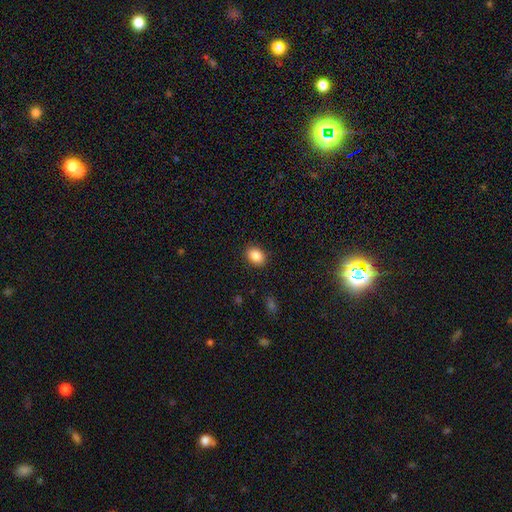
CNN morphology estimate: type=smooth (88%); roundness=in between (75%); merging=none (88%).